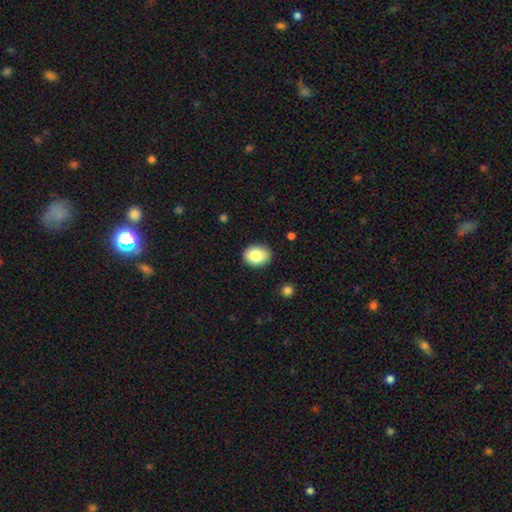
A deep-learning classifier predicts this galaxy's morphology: smooth-or-featured: smooth: 83% | featured or disk: 9% | star or artifact: 8%
  how-rounded: in between: 59% | round: 40% | cigar-shaped: 1%
  merging: none: 88% | minor disturbance: 9% | major disturbance: 2% | merger: 1%